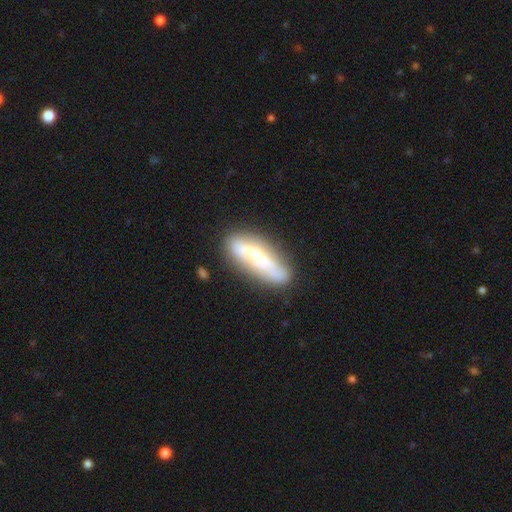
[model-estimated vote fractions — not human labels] Smooth or featured: smooth — 47% (featured or disk — 46%)
Merging: none — 72% (minor disturbance — 19%)